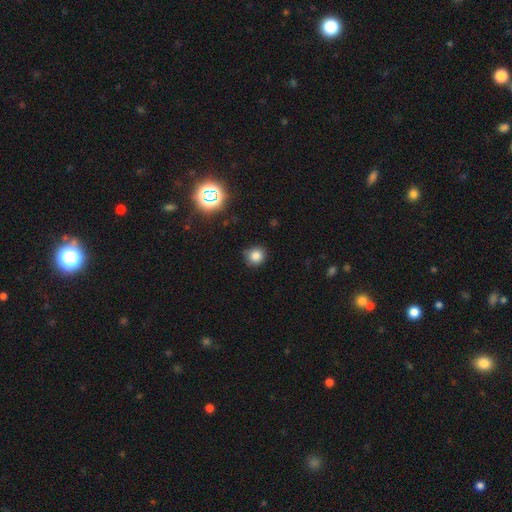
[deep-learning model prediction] Smooth or featured?
  - smooth: 80% *
  - star or artifact: 15%
  - featured or disk: 5%
How rounded?
  - round: 89% *
  - in between: 10%
  - cigar-shaped: 1%
Merging?
  - none: 79% *
  - minor disturbance: 16%
  - major disturbance: 3%
  - merger: 2%